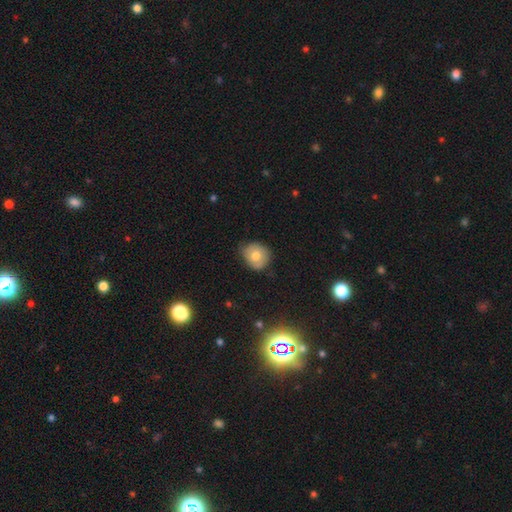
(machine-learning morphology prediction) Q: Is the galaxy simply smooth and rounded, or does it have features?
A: smooth — 72%.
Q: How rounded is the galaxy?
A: round — 74%.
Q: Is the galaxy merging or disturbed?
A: none — 61%.